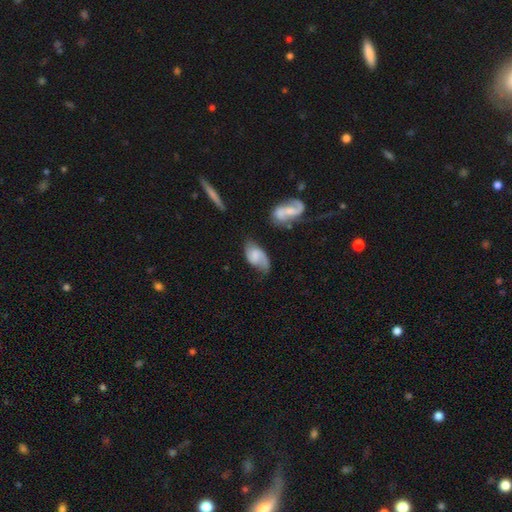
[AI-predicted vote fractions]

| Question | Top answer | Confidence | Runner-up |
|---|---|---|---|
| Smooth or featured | featured or disk | 58% | smooth (35%) |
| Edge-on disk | no | 95% | yes (5%) |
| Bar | no | 52% | weak (40%) |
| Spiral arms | yes | 89% | no (11%) |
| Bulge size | none | 35% | small (29%) |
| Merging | none | 49% | minor disturbance (31%) |